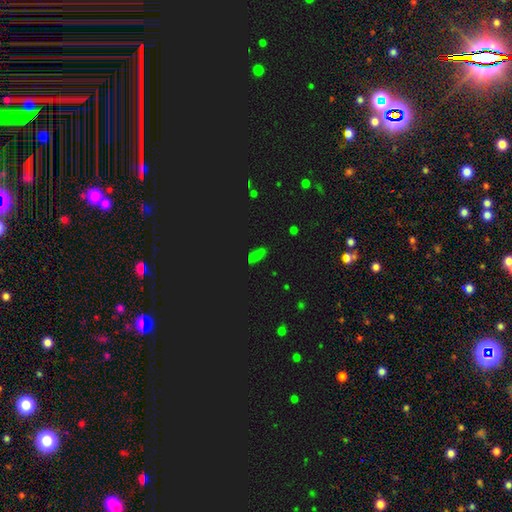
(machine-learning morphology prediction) This appears to be a smooth galaxy with no disk features (56%) that is in between round and cigar-shaped (79%). Merging: none (68%).